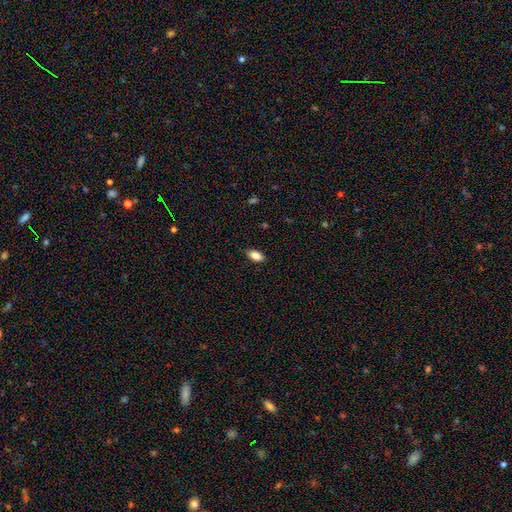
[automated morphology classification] A smooth galaxy with no disk features (87%) that is in between round and cigar-shaped (91%).

Vote fractions:
- Smooth or featured? smooth: 87% / star or artifact: 8% / featured or disk: 5%
- How rounded? in between: 91% / cigar-shaped: 5% / round: 3%
- Merging? none: 88% / minor disturbance: 9% / major disturbance: 2% / merger: 1%